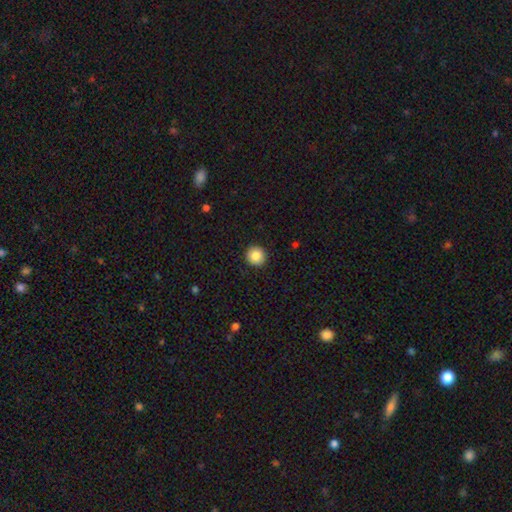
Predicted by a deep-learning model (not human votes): smooth-or-featured: smooth: 86% | star or artifact: 9% | featured or disk: 5%
  how-rounded: round: 94% | in between: 5% | cigar-shaped: 1%
  merging: none: 93% | minor disturbance: 5% | major disturbance: 2% | merger: 1%